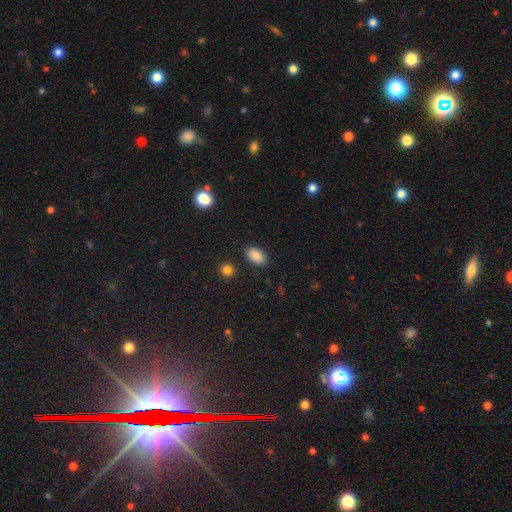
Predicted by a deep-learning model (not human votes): Smooth or featured? smooth (87%)
How rounded? in between (91%)
Merging? none (86%)